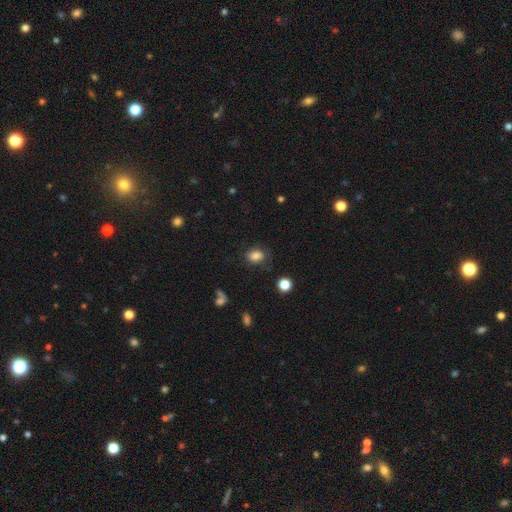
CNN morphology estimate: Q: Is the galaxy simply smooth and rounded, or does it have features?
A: smooth — 81%.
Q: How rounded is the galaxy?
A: in between — 68%.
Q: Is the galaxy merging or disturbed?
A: none — 69%.